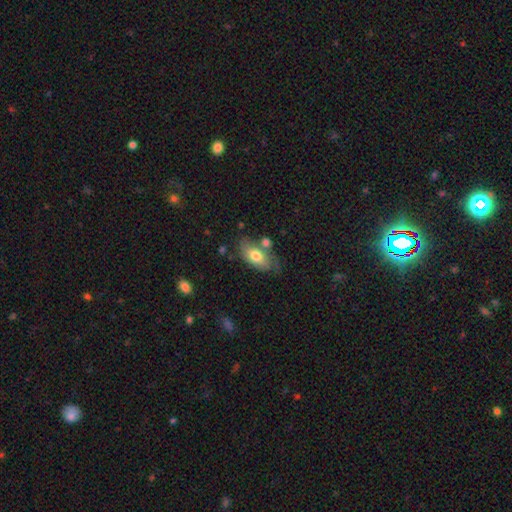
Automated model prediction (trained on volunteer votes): smooth 68%, featured or disk 26%, star or artifact 7%. Down the decision tree: how rounded — in between (89%); merging — none (53%).